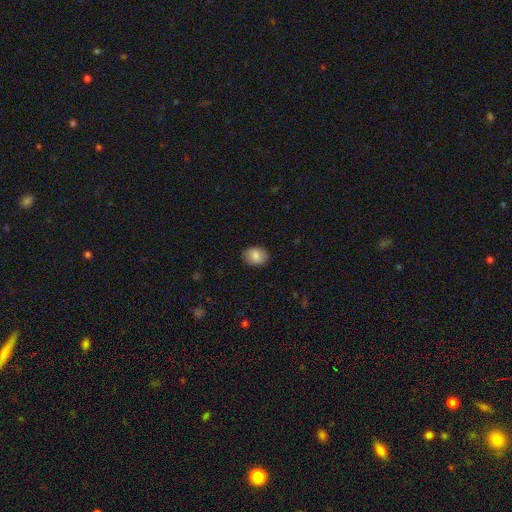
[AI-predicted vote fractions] smooth_or_featured: smooth (p=0.85) [alt: featured or disk p=0.08]
how_rounded: in between (p=0.58) [alt: round p=0.41]
merging: none (p=0.88) [alt: minor disturbance p=0.09]